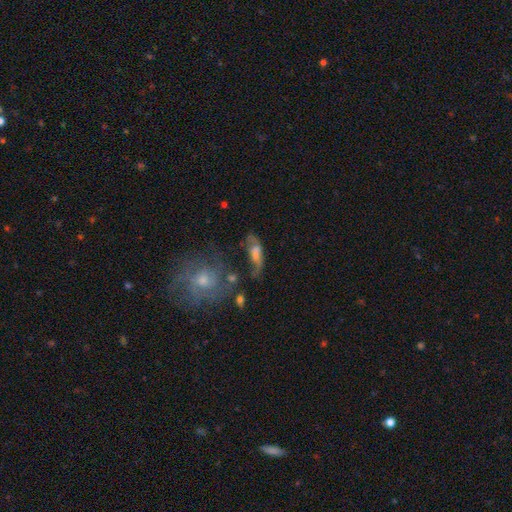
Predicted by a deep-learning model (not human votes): Morphology: type=featured or disk (47%); merging=none (40%).